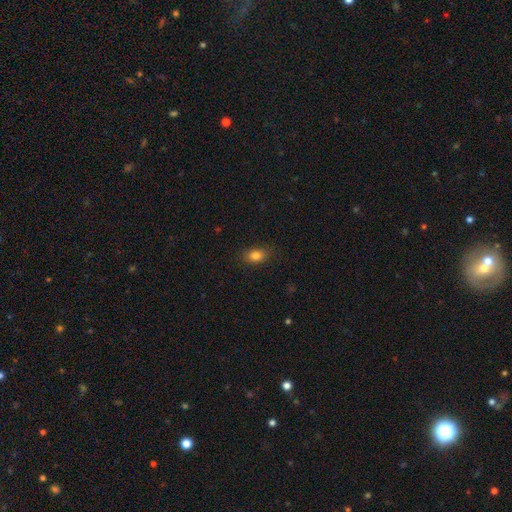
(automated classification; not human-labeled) smooth-or-featured: smooth: 81% | star or artifact: 10% | featured or disk: 8%
  how-rounded: in between: 79% | round: 19% | cigar-shaped: 2%
  merging: none: 84% | minor disturbance: 13% | major disturbance: 3% | merger: 1%